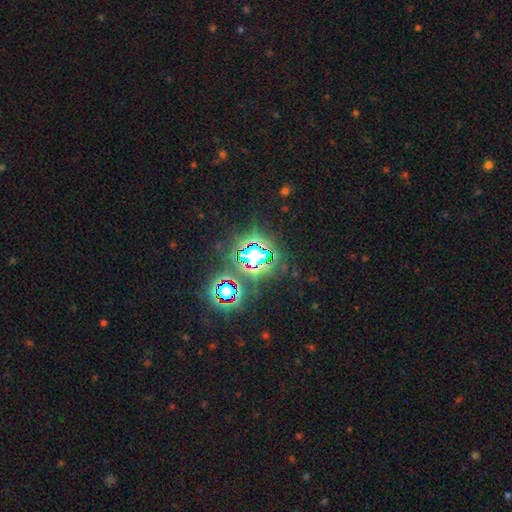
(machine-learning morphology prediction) smooth_or_featured: star or artifact (p=0.82) [alt: smooth p=0.11]